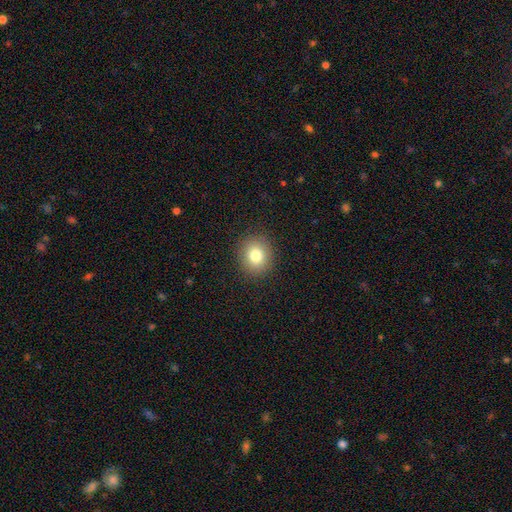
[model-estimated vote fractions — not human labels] smooth 80%, star or artifact 11%, featured or disk 9%. Down the decision tree: how rounded — round (78%); merging — none (90%).